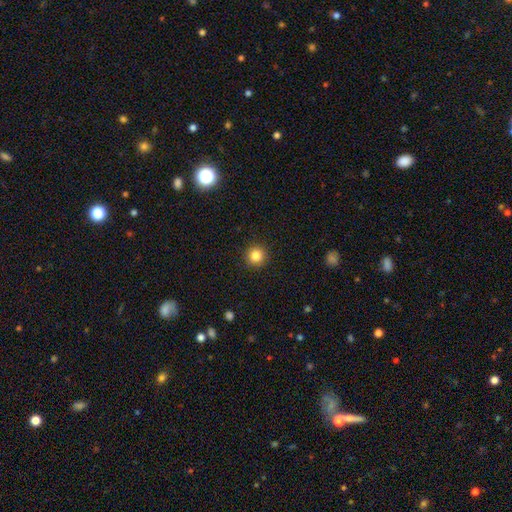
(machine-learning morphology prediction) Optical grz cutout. It shows a smooth galaxy with no disk features (84%) that is round (95%). Merging: none (93%).